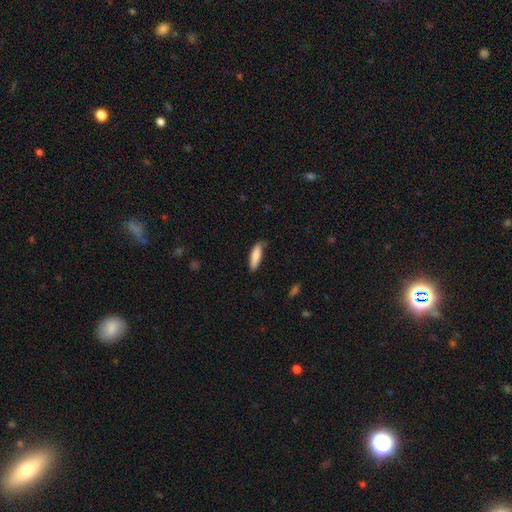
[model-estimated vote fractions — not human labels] smooth_or_featured: smooth (p=0.85) [alt: featured or disk p=0.10]
how_rounded: cigar-shaped (p=0.59) [alt: in between p=0.39]
merging: none (p=0.77) [alt: minor disturbance p=0.18]